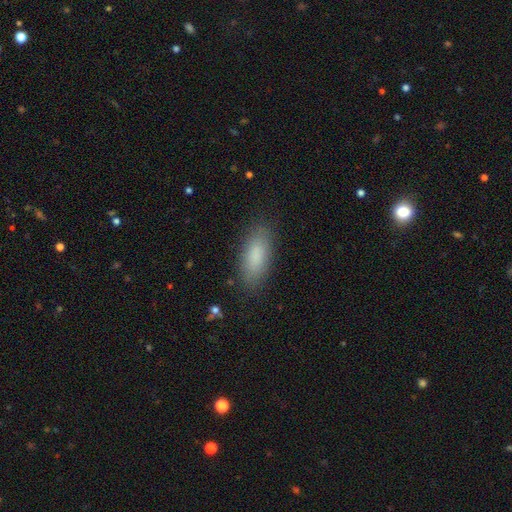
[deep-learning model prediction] smooth 85%, featured or disk 8%, star or artifact 7%. Down the decision tree: how rounded — in between (79%); merging — none (86%).